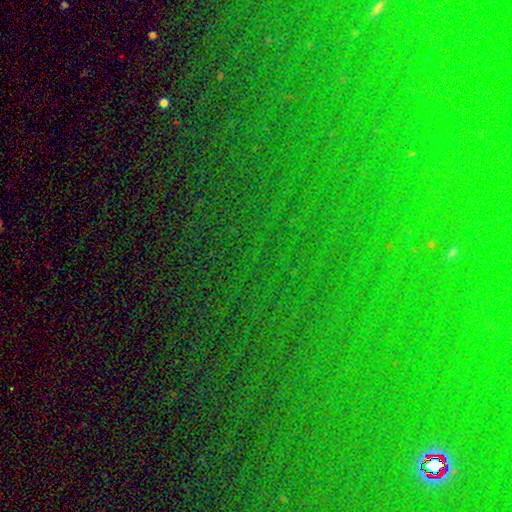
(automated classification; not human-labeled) This is likely a star or artifact rather than a galaxy (78%).